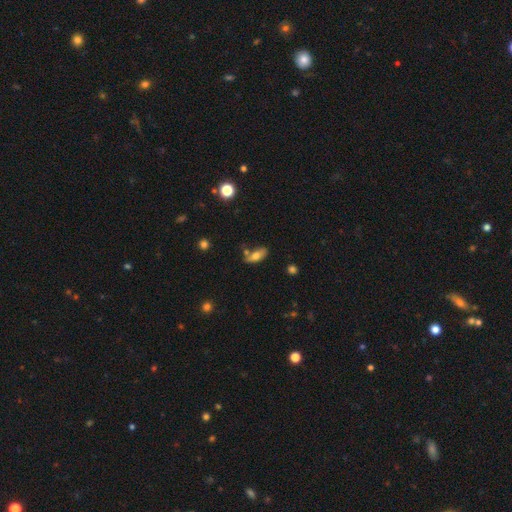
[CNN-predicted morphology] smooth_or_featured: smooth (p=0.71) [alt: featured or disk p=0.21]
how_rounded: in between (p=0.81) [alt: cigar-shaped p=0.15]
merging: none (p=0.55) [alt: minor disturbance p=0.21]